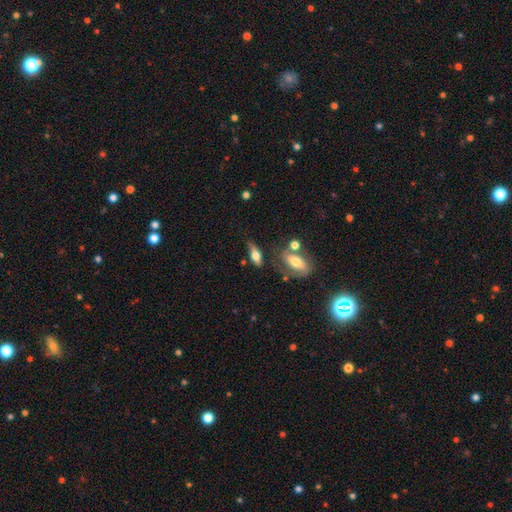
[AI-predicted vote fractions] Smooth or featured?
  - smooth: 56% *
  - featured or disk: 35%
  - star or artifact: 8%
How rounded?
  - in between: 70% *
  - cigar-shaped: 26%
  - round: 4%
Merging?
  - none: 47% *
  - minor disturbance: 25%
  - merger: 15%
  - major disturbance: 14%